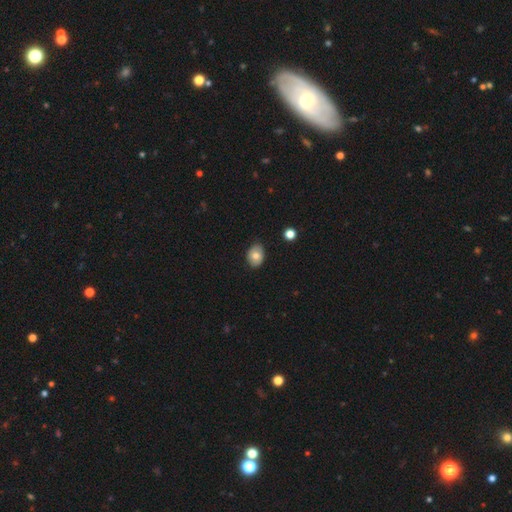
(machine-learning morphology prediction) smooth_or_featured: smooth (p=0.74) [alt: featured or disk p=0.18]
how_rounded: in between (p=0.71) [alt: round p=0.28]
merging: none (p=0.84) [alt: minor disturbance p=0.13]